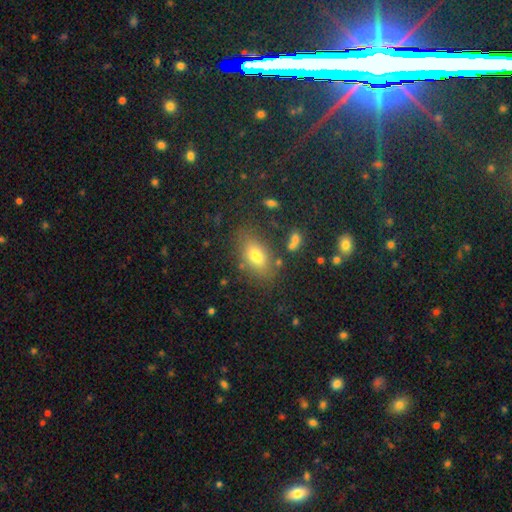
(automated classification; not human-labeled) Morphology: type=smooth (74%); roundness=in between (85%); merging=none (77%).